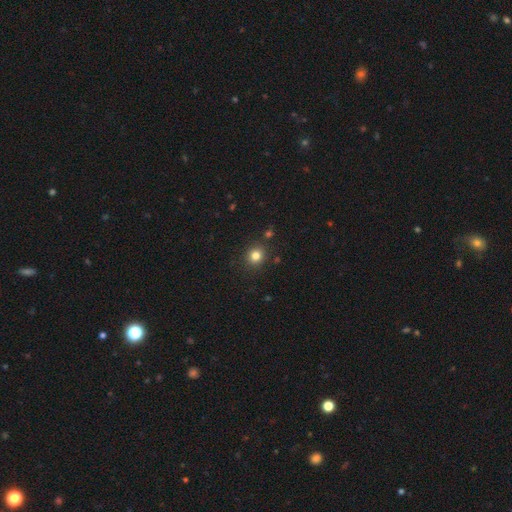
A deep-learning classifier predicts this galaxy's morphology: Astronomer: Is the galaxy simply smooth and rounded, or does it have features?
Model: smooth — 81%.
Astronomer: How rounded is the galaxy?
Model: round — 85%.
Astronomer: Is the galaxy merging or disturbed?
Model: none — 88%.